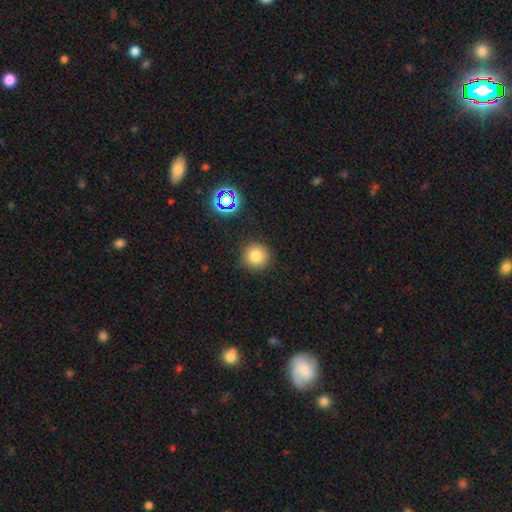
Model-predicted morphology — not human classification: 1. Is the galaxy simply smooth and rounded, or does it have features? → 78% smooth, 15% star or artifact, 7% featured or disk.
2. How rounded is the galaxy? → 94% round, 5% in between, 1% cigar-shaped.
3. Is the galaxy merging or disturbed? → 89% none, 7% minor disturbance, 2% major disturbance, 2% merger.